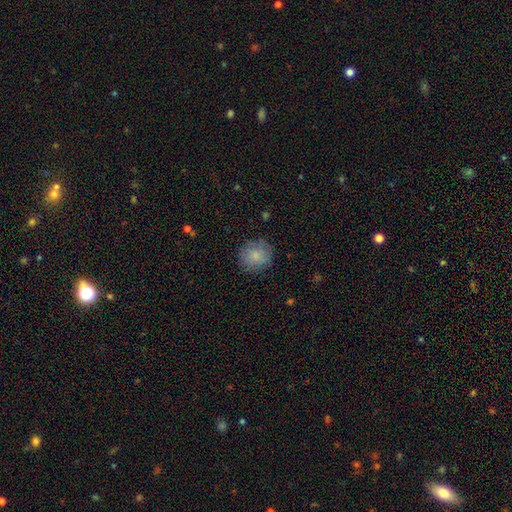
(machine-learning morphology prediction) smooth_or_featured: smooth (p=0.82) [alt: featured or disk p=0.10]
how_rounded: round (p=0.89) [alt: in between p=0.10]
merging: none (p=0.82) [alt: minor disturbance p=0.13]